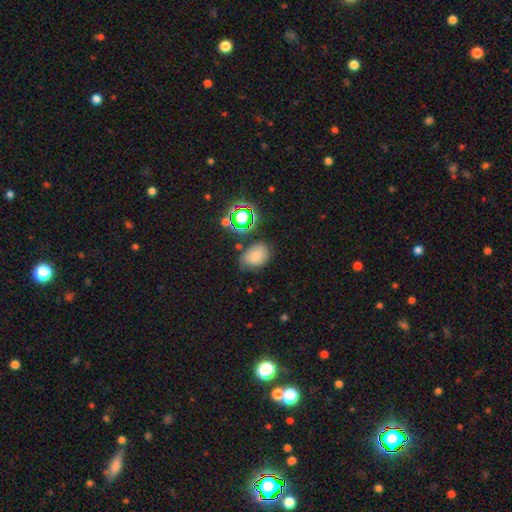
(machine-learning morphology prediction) The model was most divided on "merging": none: 67%, minor disturbance: 22%, major disturbance: 6%, merger: 6%. More confident: how rounded — in between (74%); smooth or featured — smooth (72%).